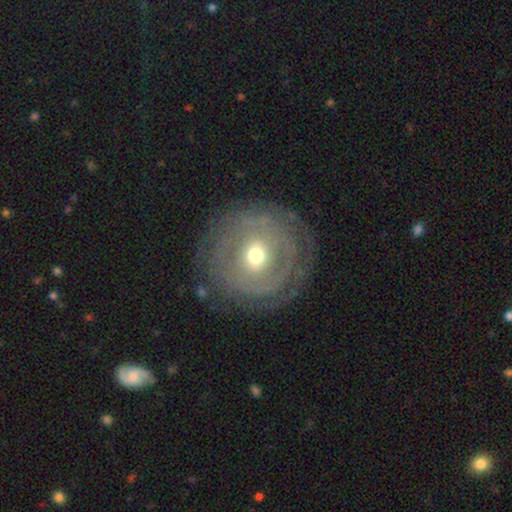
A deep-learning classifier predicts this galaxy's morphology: Overall: featured or disk (73%). Edge-on disk: no (96%). Bar: no (54%; weak 31%). Spiral arms: yes (66%; no 34%). Bulge size: moderate (59%; small 32%). Merging: none (77%).